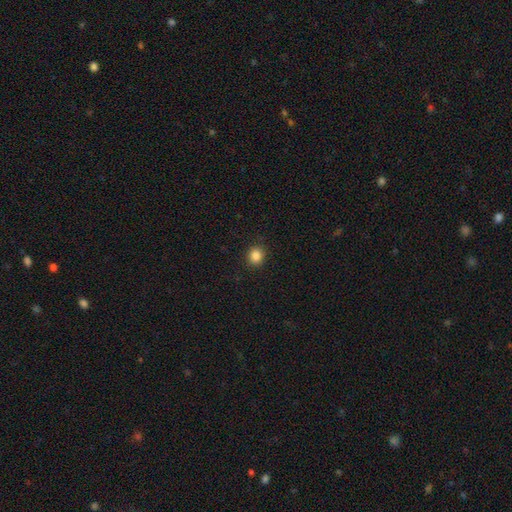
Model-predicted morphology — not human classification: A smooth galaxy with no disk features (85%) that is round (83%).

Vote fractions:
- Smooth or featured? smooth: 85% / star or artifact: 11% / featured or disk: 4%
- How rounded? round: 83% / in between: 16% / cigar-shaped: 1%
- Merging? none: 90% / minor disturbance: 7% / major disturbance: 2% / merger: 1%